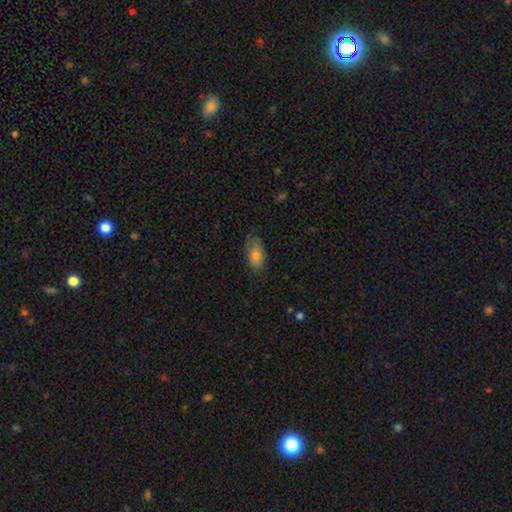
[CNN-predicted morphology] A smooth galaxy with no disk features (78%) that is in between round and cigar-shaped (88%). Merging: none (70%).